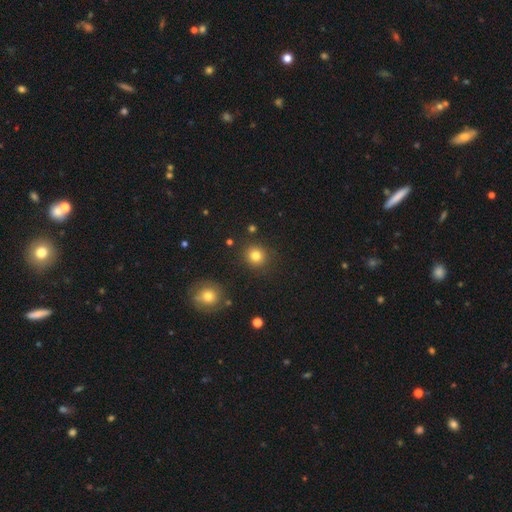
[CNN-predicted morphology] Smooth or featured: smooth — 82% (star or artifact — 13%)
How rounded: round — 91% (in between — 8%)
Merging: none — 89% (minor disturbance — 7%)